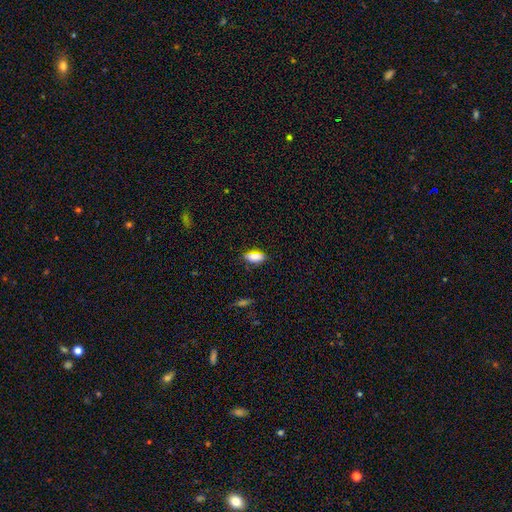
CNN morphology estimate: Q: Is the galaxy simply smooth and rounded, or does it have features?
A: smooth — 78%.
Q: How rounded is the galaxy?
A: in between — 81%.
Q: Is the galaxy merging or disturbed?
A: none — 82%.